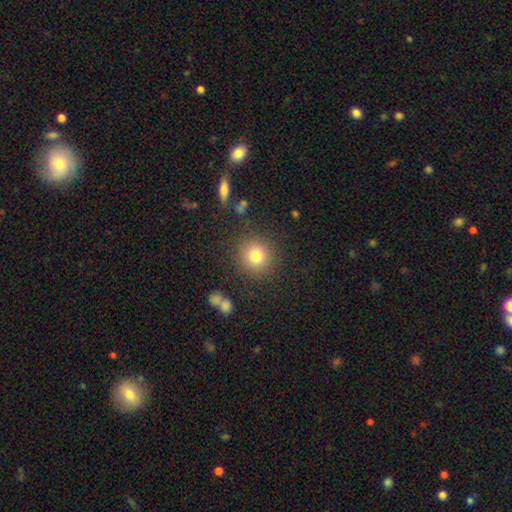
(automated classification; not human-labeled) Morphology: type=smooth (80%); roundness=round (91%); merging=none (87%).